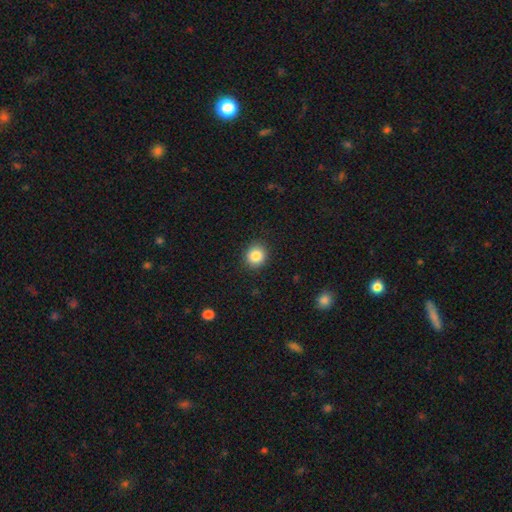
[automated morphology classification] Smooth or featured: smooth — 86% (star or artifact — 9%)
How rounded: round — 84% (in between — 15%)
Merging: none — 89% (minor disturbance — 7%)